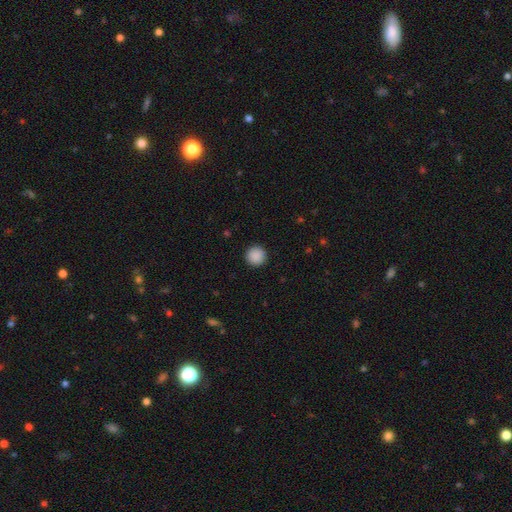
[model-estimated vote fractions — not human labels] A smooth galaxy with no disk features (90%) that is round (96%).

Vote fractions:
- Smooth or featured? smooth: 90% / star or artifact: 8% / featured or disk: 2%
- How rounded? round: 96% / in between: 4% / cigar-shaped: 1%
- Merging? none: 93% / minor disturbance: 5% / major disturbance: 2% / merger: 1%